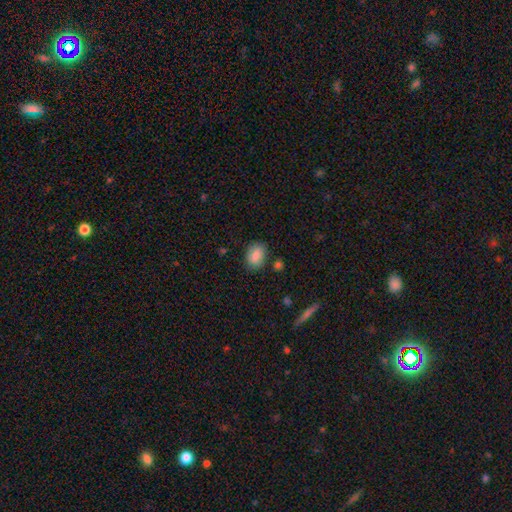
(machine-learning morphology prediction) Overall: smooth (86%). How rounded: in between (80%). Merging: none (77%).